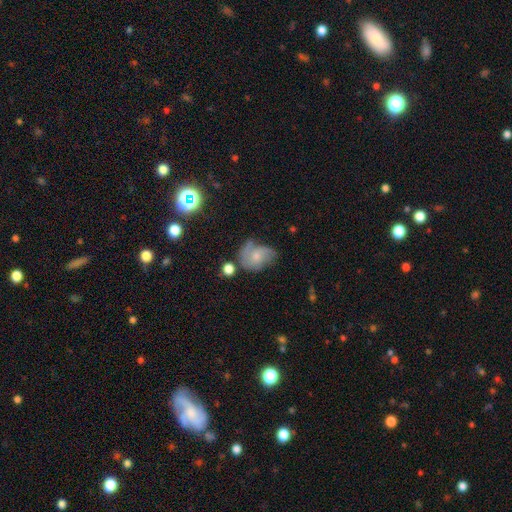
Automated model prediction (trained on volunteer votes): featured or disk 47%, smooth 42%, star or artifact 11%. Down the decision tree: merging — none (37%).